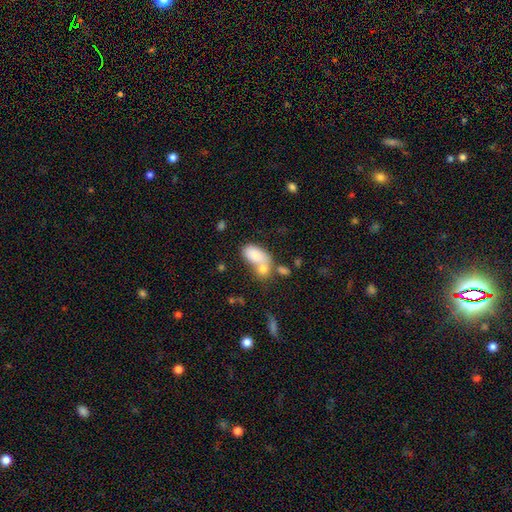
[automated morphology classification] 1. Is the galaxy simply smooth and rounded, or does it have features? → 79% smooth, 13% featured or disk, 8% star or artifact.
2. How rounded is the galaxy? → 90% in between, 7% round, 3% cigar-shaped.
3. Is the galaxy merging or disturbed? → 56% merger, 26% none, 11% minor disturbance, 8% major disturbance.